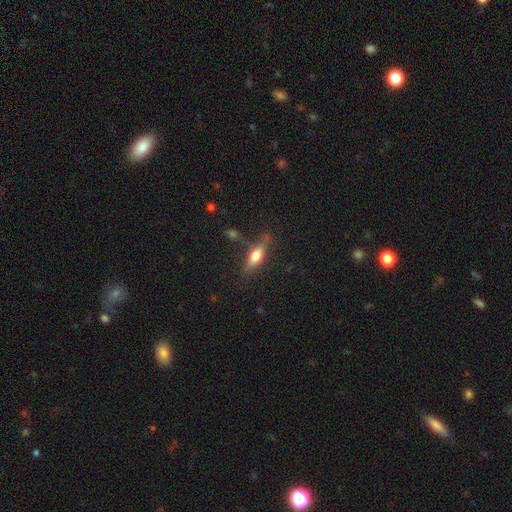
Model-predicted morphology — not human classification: Smooth or featured?
  - smooth: 58% *
  - featured or disk: 33%
  - star or artifact: 8%
How rounded?
  - in between: 54% *
  - cigar-shaped: 42%
  - round: 4%
Merging?
  - none: 65% *
  - minor disturbance: 21%
  - major disturbance: 8%
  - merger: 6%